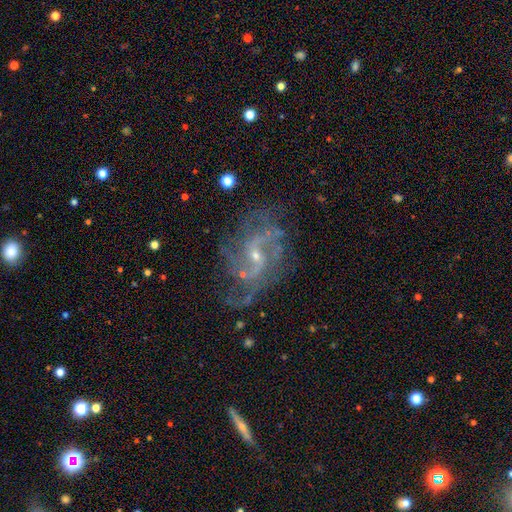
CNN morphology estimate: Q: Smooth or featured?
A: featured or disk (82%); runner-up: star or artifact (12%)
Q: Edge-on disk?
A: no (96%); runner-up: yes (4%)
Q: Bar?
A: weak (49%); runner-up: no (36%)
Q: Spiral arms?
A: yes (95%); runner-up: no (5%)
Q: Spiral winding?
A: medium (46%); runner-up: tight (31%)
Q: Spiral arm count?
A: 2 (27%); runner-up: can't tell (24%)
Q: Bulge size?
A: small (69%); runner-up: moderate (25%)
Q: Merging?
A: none (71%); runner-up: minor disturbance (16%)